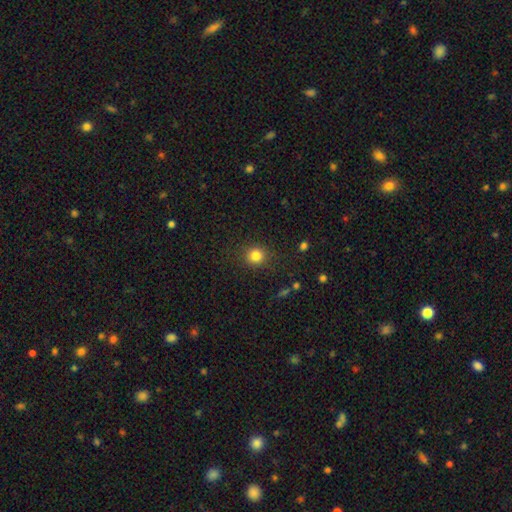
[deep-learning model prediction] This is clearly a smooth galaxy (82%). How rounded: clearly round (87%). Merging: clearly none (87%).